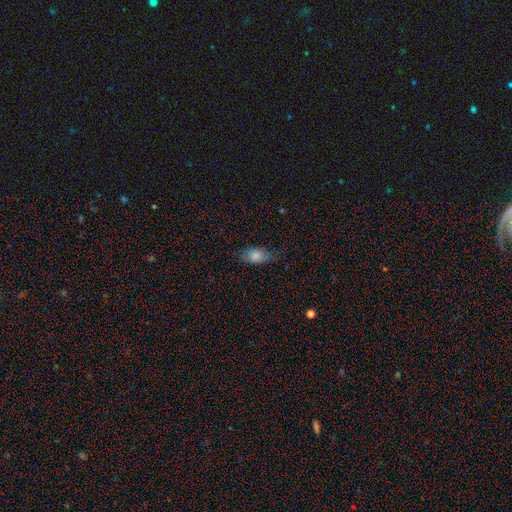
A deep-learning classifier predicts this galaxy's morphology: Smooth or featured? Predicted: smooth (p=0.79). How rounded? Predicted: in between (p=0.88). Merging? Predicted: none (p=0.68).